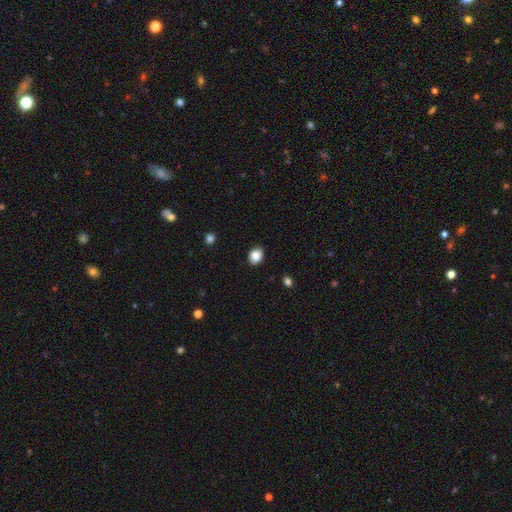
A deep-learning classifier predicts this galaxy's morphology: A smooth galaxy with no disk features (87%) that is round (50%). Merging: none (87%).